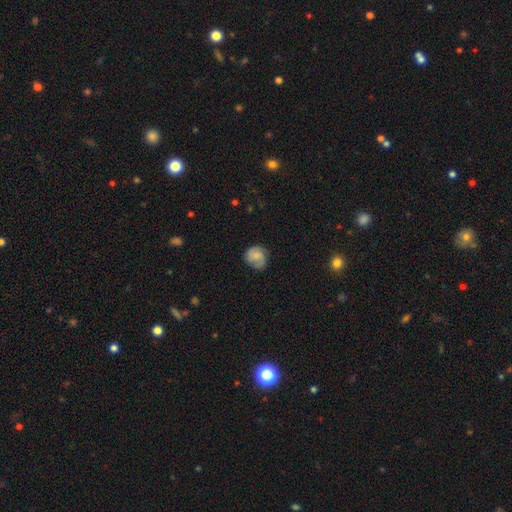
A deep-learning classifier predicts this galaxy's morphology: Q: Smooth or featured?
A: smooth (51%); runner-up: featured or disk (41%)
Q: How rounded?
A: round (79%); runner-up: in between (20%)
Q: Merging?
A: none (70%); runner-up: minor disturbance (22%)